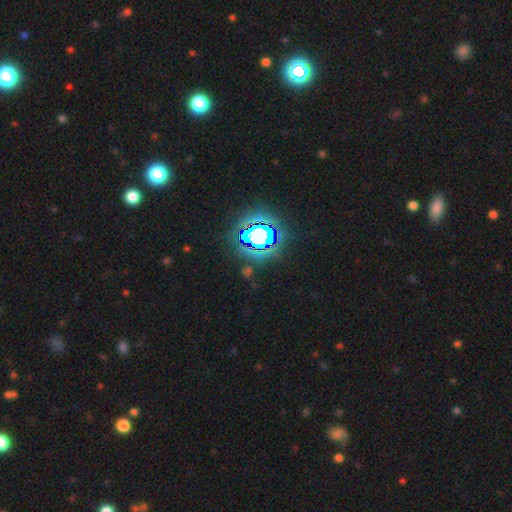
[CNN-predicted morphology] The model was most divided on "smooth or featured": star or artifact: 83%, smooth: 11%, featured or disk: 7%.